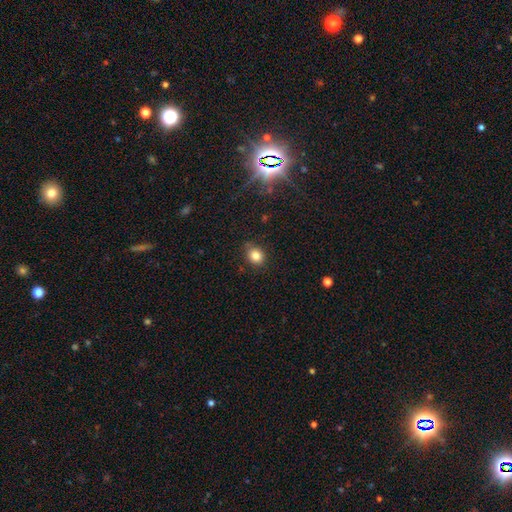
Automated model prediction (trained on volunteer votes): Smooth or featured? smooth (83%)
How rounded? round (68%)
Merging? none (81%)